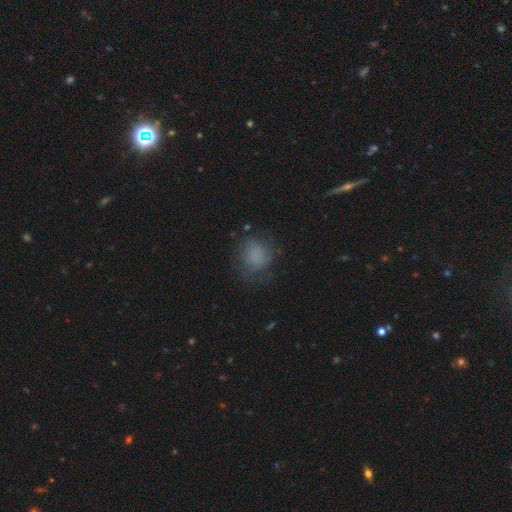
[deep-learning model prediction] smooth 74%, featured or disk 14%, star or artifact 13%. Down the decision tree: how rounded — round (73%); merging — none (59%).